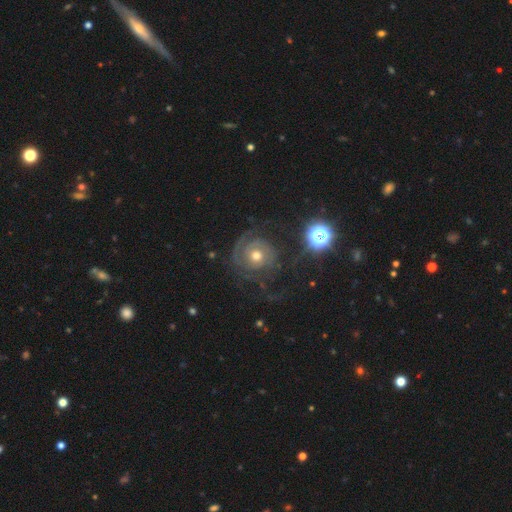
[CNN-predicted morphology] Q: Smooth or featured?
A: featured or disk (78%); runner-up: smooth (12%)
Q: Edge-on disk?
A: no (97%); runner-up: yes (3%)
Q: Bar?
A: no (81%); runner-up: weak (15%)
Q: Spiral arms?
A: yes (89%); runner-up: no (11%)
Q: Spiral winding?
A: tight (66%); runner-up: medium (24%)
Q: Spiral arm count?
A: can't tell (33%); runner-up: 2 (26%)
Q: Bulge size?
A: moderate (67%); runner-up: small (26%)
Q: Merging?
A: none (61%); runner-up: major disturbance (21%)